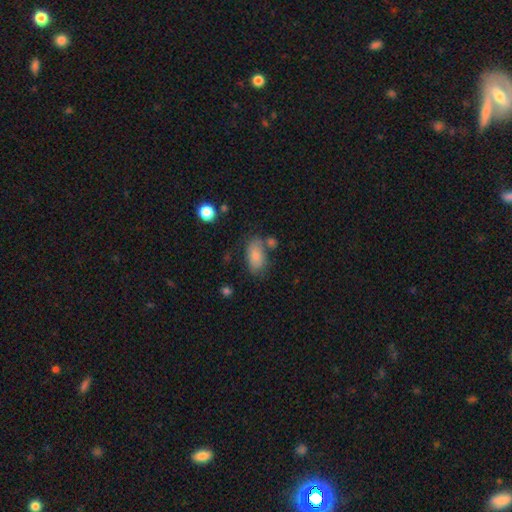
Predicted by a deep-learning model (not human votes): Q: Smooth or featured?
A: smooth (82%); runner-up: featured or disk (10%)
Q: How rounded?
A: in between (92%); runner-up: round (5%)
Q: Merging?
A: none (62%); runner-up: minor disturbance (20%)